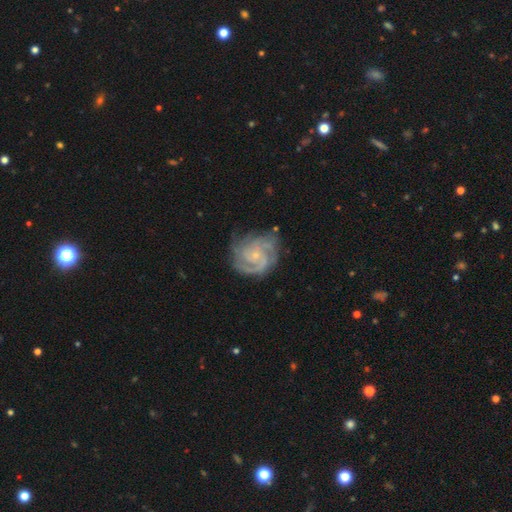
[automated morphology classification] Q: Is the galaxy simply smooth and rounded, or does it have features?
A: featured or disk — 89%.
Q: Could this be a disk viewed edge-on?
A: no — 98%.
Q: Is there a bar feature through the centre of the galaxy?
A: no — 72%.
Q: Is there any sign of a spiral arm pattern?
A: yes — 98%.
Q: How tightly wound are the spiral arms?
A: tight — 61%.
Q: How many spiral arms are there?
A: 3 — 39%.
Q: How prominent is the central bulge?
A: small — 80%.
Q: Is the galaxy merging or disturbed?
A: none — 71%.